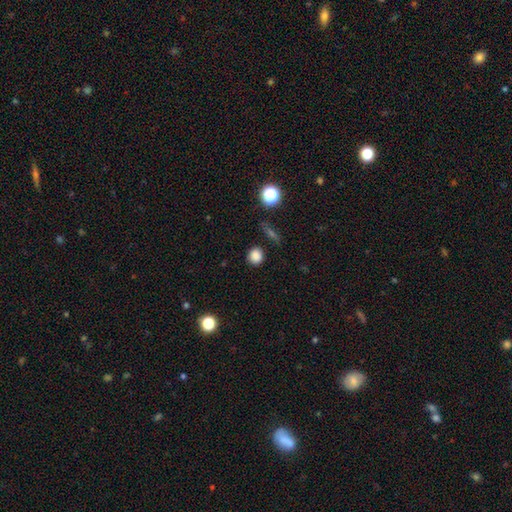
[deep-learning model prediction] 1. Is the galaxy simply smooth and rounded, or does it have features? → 83% smooth, 13% star or artifact, 4% featured or disk.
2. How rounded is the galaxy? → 87% round, 12% in between, 1% cigar-shaped.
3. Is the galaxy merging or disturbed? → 87% none, 8% minor disturbance, 3% major disturbance, 2% merger.